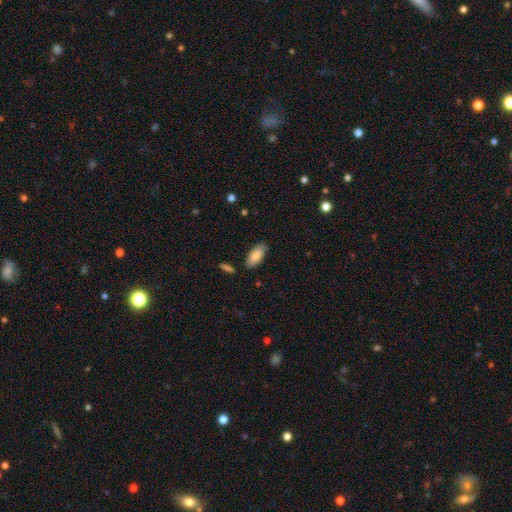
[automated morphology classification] A smooth galaxy with no disk features (83%) that is in between round and cigar-shaped (88%). Merging: none (83%).